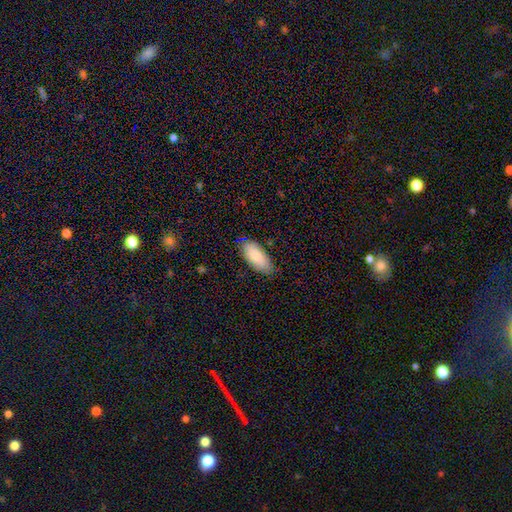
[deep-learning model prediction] Morphology: type=smooth (83%); roundness=in between (89%); merging=none (79%).